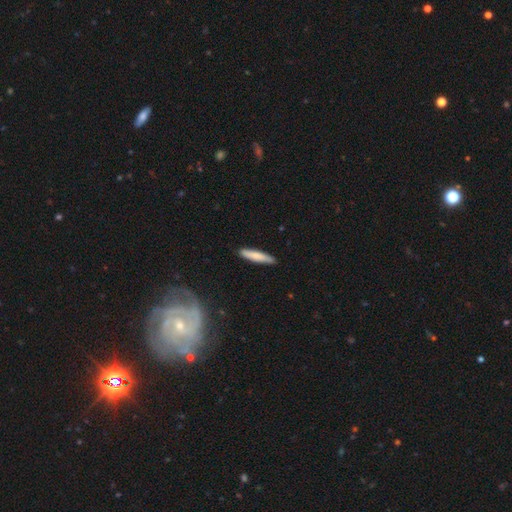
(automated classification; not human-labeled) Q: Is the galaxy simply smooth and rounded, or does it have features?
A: smooth — 77%.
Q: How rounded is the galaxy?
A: cigar-shaped — 88%.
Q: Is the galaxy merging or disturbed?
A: none — 87%.